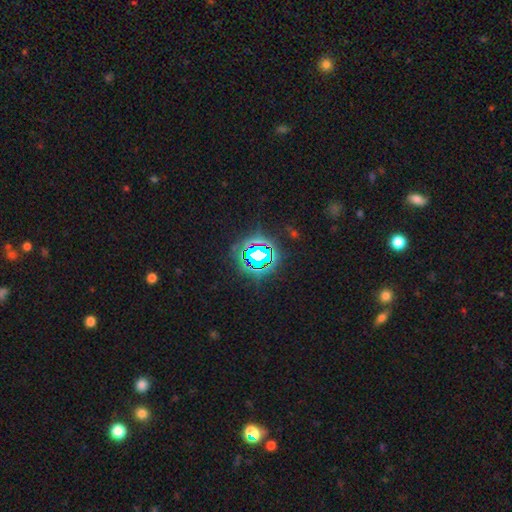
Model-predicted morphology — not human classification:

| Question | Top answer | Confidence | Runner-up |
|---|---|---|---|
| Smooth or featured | star or artifact | 80% | smooth (12%) |